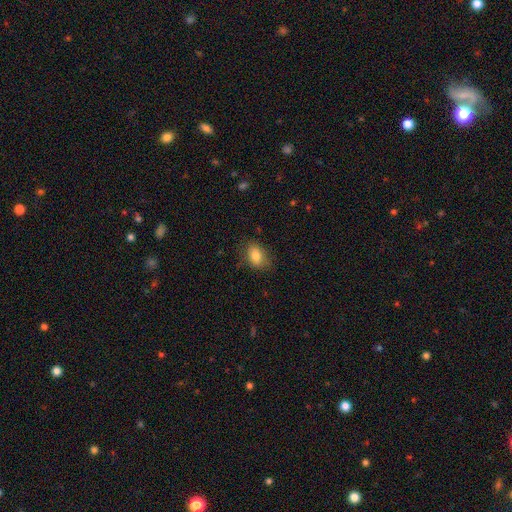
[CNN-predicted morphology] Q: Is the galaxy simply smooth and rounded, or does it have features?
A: smooth — 82%.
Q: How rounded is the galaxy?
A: in between — 81%.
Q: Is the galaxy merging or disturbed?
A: none — 76%.